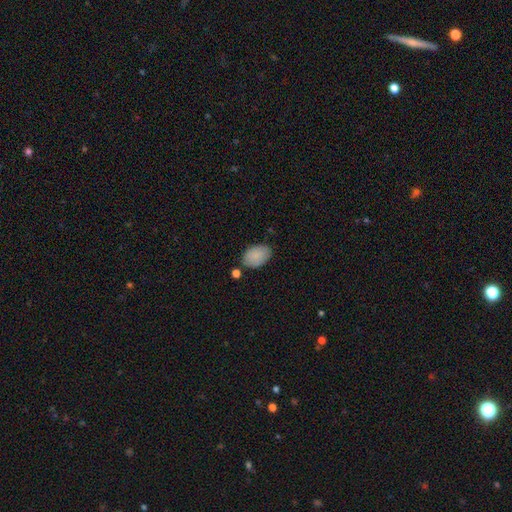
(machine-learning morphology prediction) smooth-or-featured: smooth: 86% | featured or disk: 7% | star or artifact: 7%
  how-rounded: in between: 91% | round: 8% | cigar-shaped: 1%
  merging: none: 76% | minor disturbance: 16% | merger: 5% | major disturbance: 3%